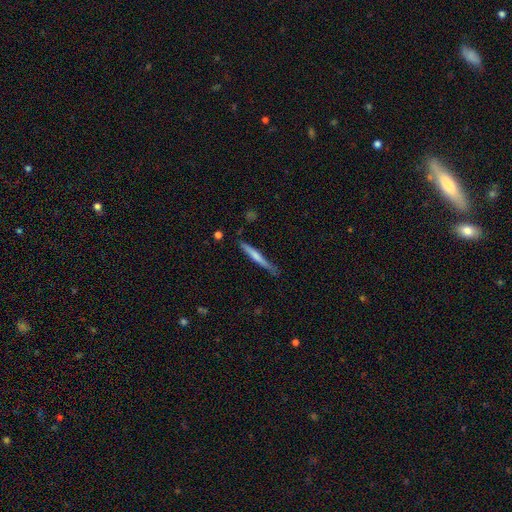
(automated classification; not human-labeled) Smooth or featured? smooth (57%)
How rounded? cigar-shaped (96%)
Merging? none (75%)